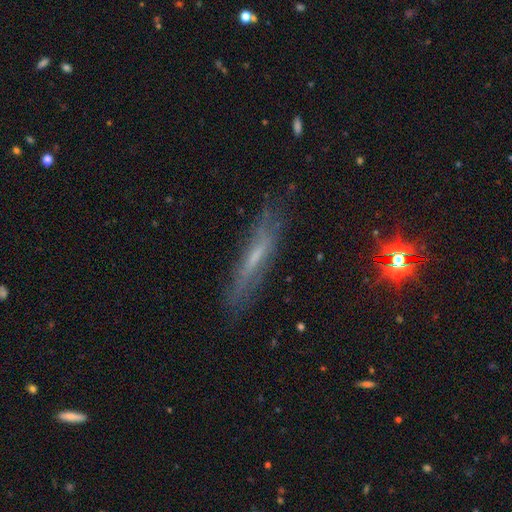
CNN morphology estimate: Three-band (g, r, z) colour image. It shows a featured or disk galaxy (52%) viewed edge-on (69%). Merging: none (74%).